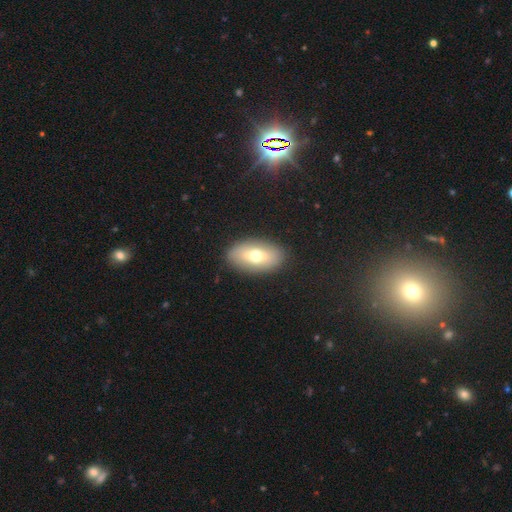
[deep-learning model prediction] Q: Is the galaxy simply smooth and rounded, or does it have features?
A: smooth — 63%.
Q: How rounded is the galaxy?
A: in between — 91%.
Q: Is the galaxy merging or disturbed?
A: none — 87%.